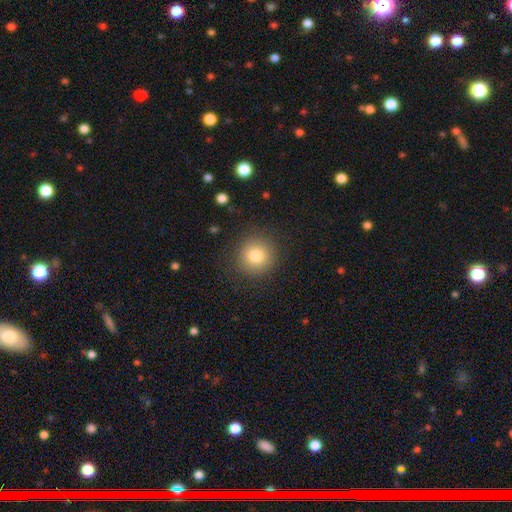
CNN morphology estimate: Overall: smooth (81%). How rounded: round (93%). Merging: none (88%).